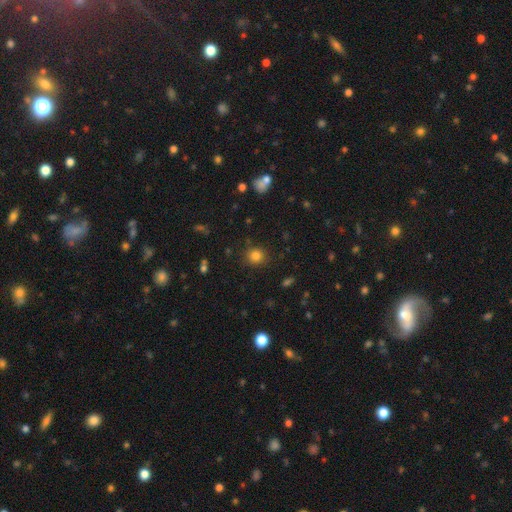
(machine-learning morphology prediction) The model was most divided on "smooth or featured": smooth: 82%, star or artifact: 14%, featured or disk: 5%. More confident: how rounded — round (87%); merging — none (87%).